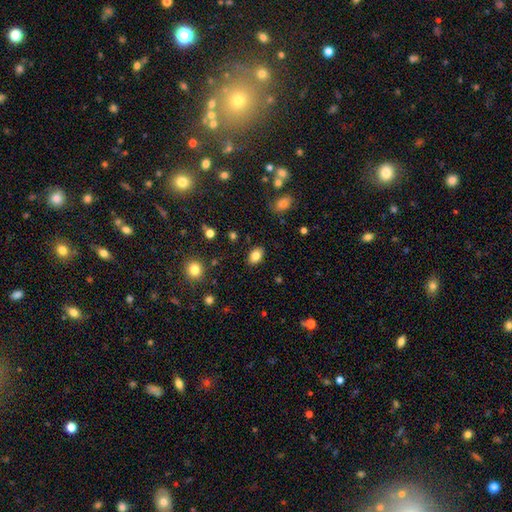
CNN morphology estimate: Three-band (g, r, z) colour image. It shows a smooth galaxy with no disk features (83%) that is in between round and cigar-shaped (84%). Merging: none (87%).